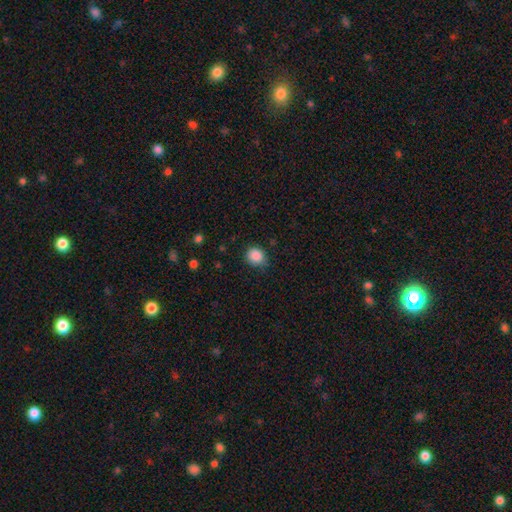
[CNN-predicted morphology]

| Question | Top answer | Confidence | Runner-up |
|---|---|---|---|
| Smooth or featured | smooth | 87% | star or artifact (10%) |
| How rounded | round | 79% | in between (20%) |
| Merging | none | 80% | minor disturbance (16%) |